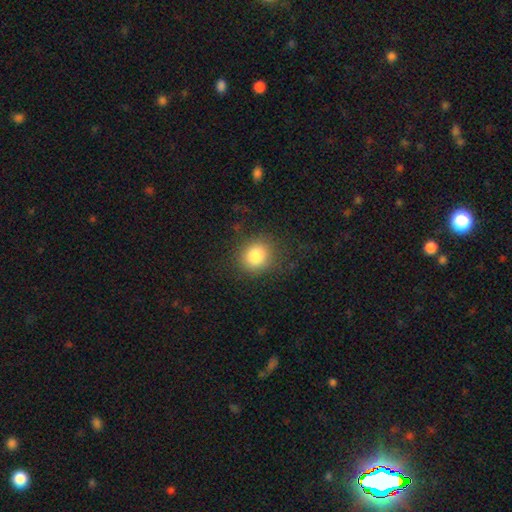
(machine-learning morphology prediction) smooth 83%, star or artifact 10%, featured or disk 7%. Down the decision tree: how rounded — round (80%); merging — none (80%).